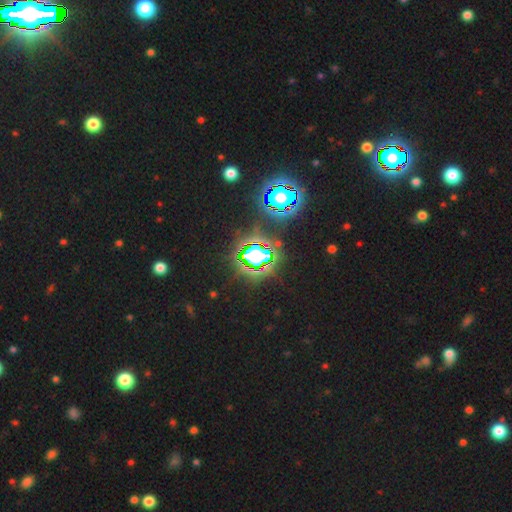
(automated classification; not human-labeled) Morphology: type=star or artifact (76%).